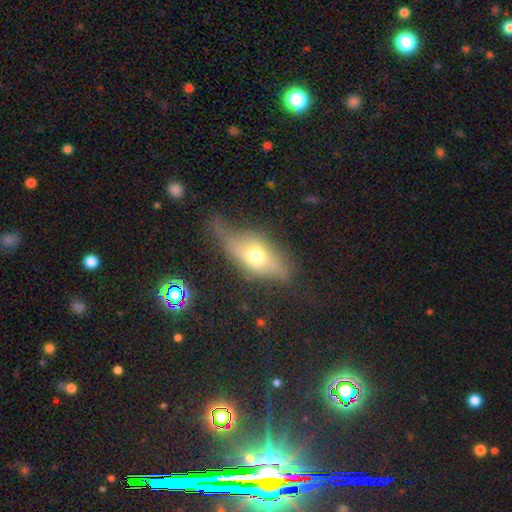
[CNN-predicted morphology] Smooth or featured? Predicted: smooth (p=0.48). Merging? Predicted: none (p=0.37).